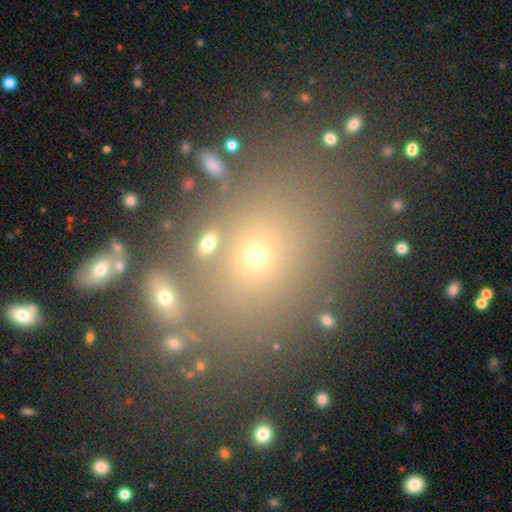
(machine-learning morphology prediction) This is possibly a smooth galaxy (51%). How rounded: possibly in between (56%). Merging: clearly none (80%).